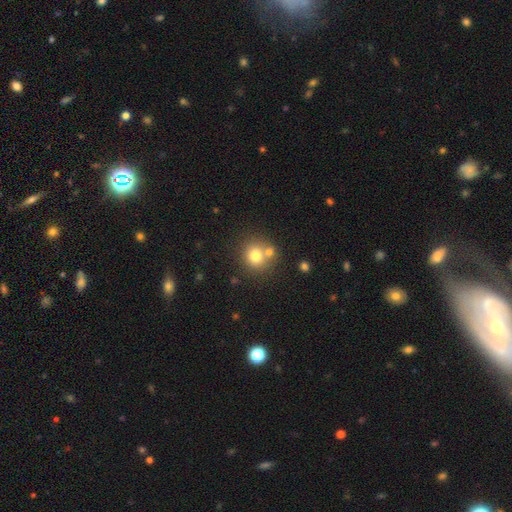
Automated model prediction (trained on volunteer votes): smooth-or-featured: smooth: 76% | featured or disk: 12% | star or artifact: 12%
  how-rounded: round: 88% | in between: 11% | cigar-shaped: 1%
  merging: none: 59% | merger: 30% | minor disturbance: 8% | major disturbance: 3%